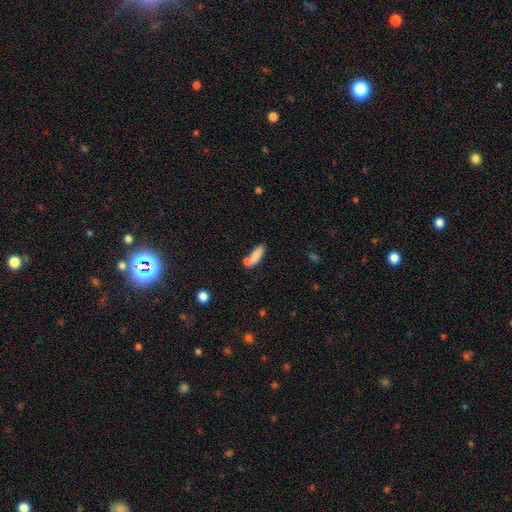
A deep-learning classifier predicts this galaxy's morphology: This is likely a smooth galaxy (79%). How rounded: possibly in between (54%). Merging: possibly none (49%).